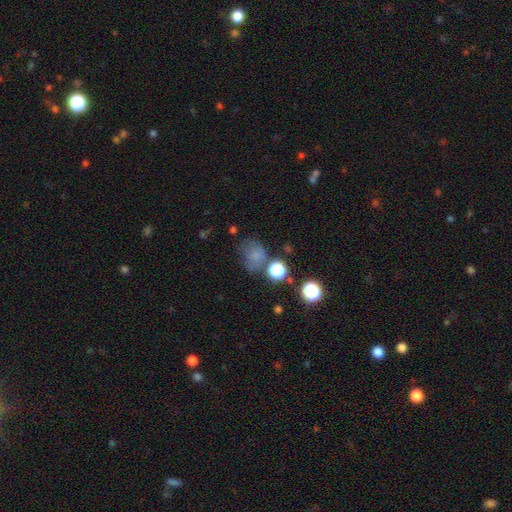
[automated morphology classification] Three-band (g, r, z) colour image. It shows a smooth galaxy with no disk features (70%) that is round (64%). Merging: none (49%).